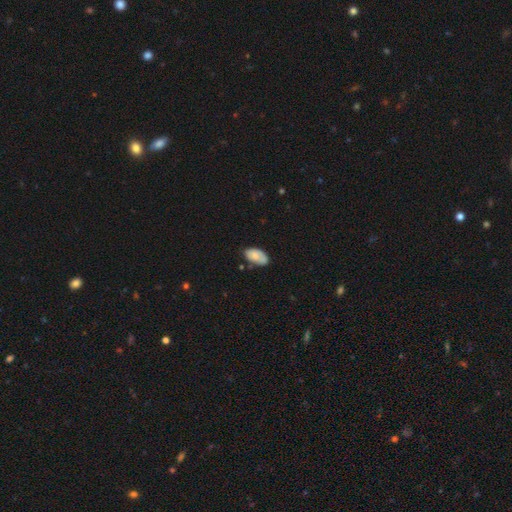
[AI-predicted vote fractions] smooth_or_featured: smooth (p=0.75) [alt: featured or disk p=0.18]
how_rounded: in between (p=0.95) [alt: round p=0.03]
merging: none (p=0.62) [alt: minor disturbance p=0.28]